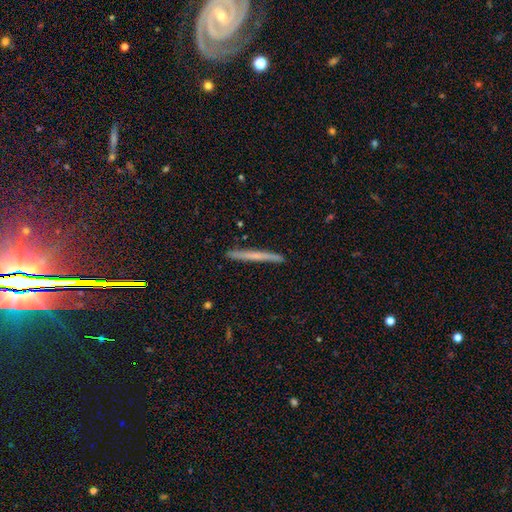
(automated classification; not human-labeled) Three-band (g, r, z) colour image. It shows a smooth galaxy with no disk features (51%) that is cigar-shaped (97%). Merging: none (90%).